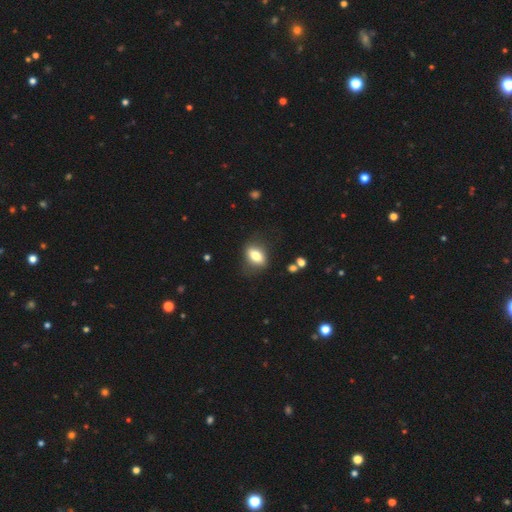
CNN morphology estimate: smooth_or_featured: smooth (p=0.76) [alt: featured or disk p=0.16]
how_rounded: in between (p=0.81) [alt: round p=0.11]
merging: none (p=0.77) [alt: minor disturbance p=0.15]